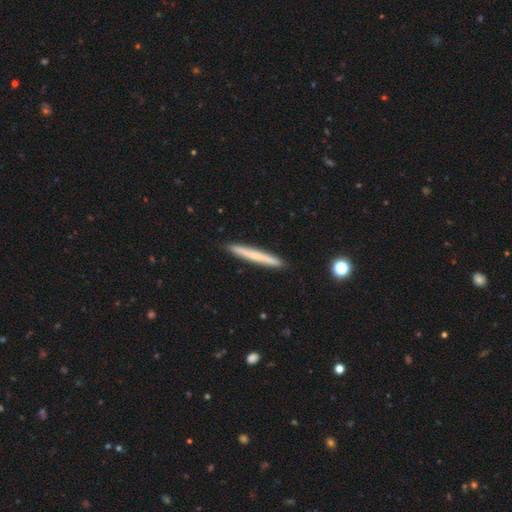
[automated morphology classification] This appears to be a smooth galaxy with no disk features (62%) that is cigar-shaped (97%). Merging: none (92%).